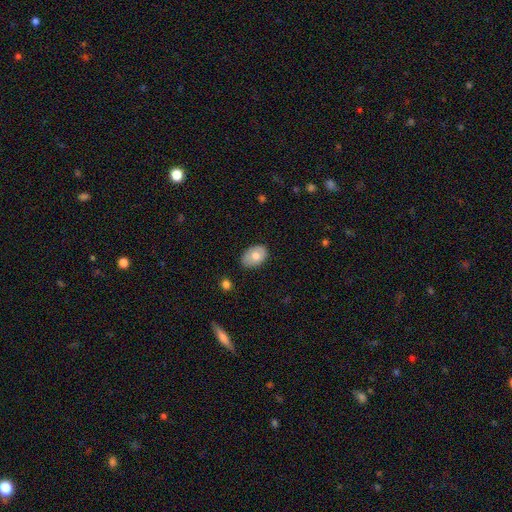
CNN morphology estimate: This is likely a smooth galaxy (75%). How rounded: clearly in between (87%). Merging: clearly none (82%).